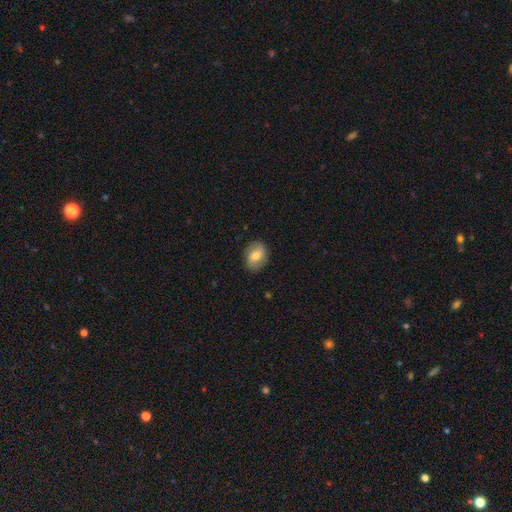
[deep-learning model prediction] The model was most divided on "how rounded": in between: 63%, round: 35%, cigar-shaped: 1%. More confident: merging — none (84%); smooth or featured — smooth (65%).